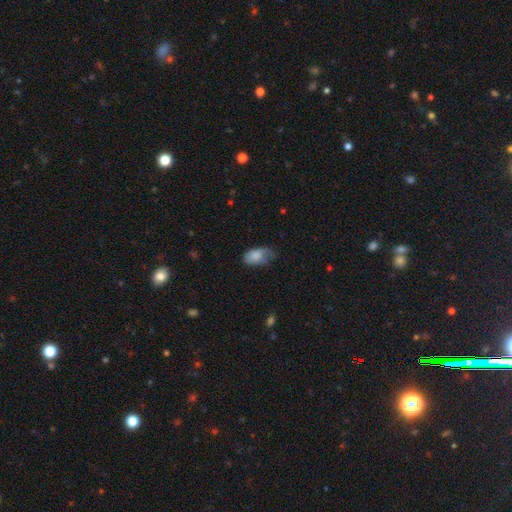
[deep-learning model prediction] A smooth galaxy with no disk features (78%) that is in between round and cigar-shaped (92%).

Vote fractions:
- Smooth or featured? smooth: 78% / featured or disk: 15% / star or artifact: 7%
- How rounded? in between: 92% / round: 5% / cigar-shaped: 2%
- Merging? none: 42% / minor disturbance: 39% / major disturbance: 17% / merger: 2%